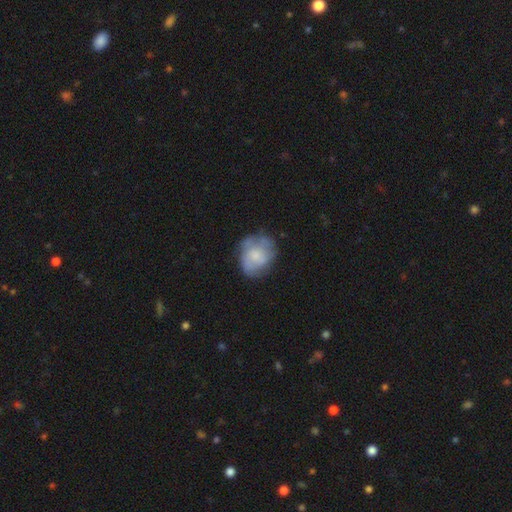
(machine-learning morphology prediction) This is possibly a smooth galaxy (52%). How rounded: possibly round (53%). Merging: possibly none (54%).